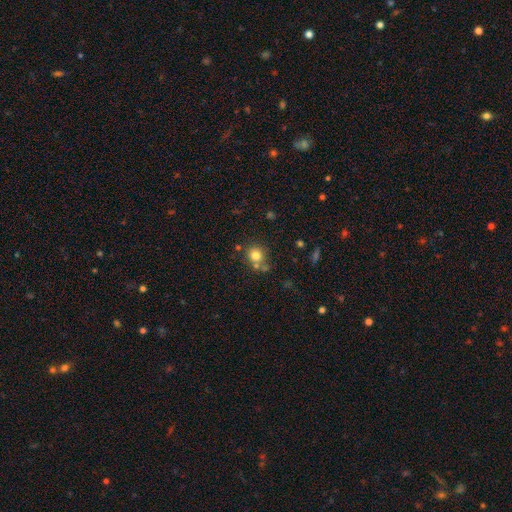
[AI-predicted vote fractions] This appears to be a smooth galaxy with no disk features (79%) that is round (88%). Merging: none (65%).